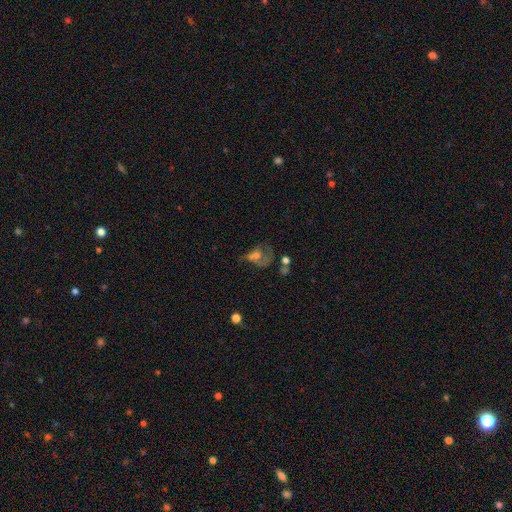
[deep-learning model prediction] smooth_or_featured: featured or disk (p=0.42) [alt: smooth p=0.36]
merging: major disturbance (p=0.40) [alt: none p=0.24]